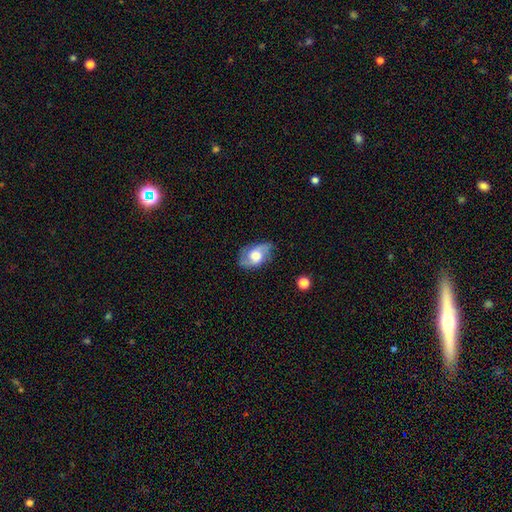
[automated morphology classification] This is possibly a featured or disk galaxy (59%). It is clearly not viewed edge-on (95%). Bar: likely no (65%). Spiral arm pattern: clearly yes (85%). Central bulge: possibly large (47%). Merging: likely none (71%).